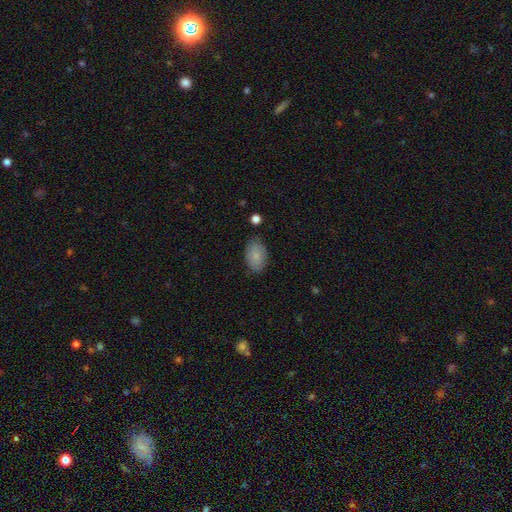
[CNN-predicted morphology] smooth 82%, featured or disk 11%, star or artifact 7%. Down the decision tree: how rounded — in between (88%); merging — none (81%).